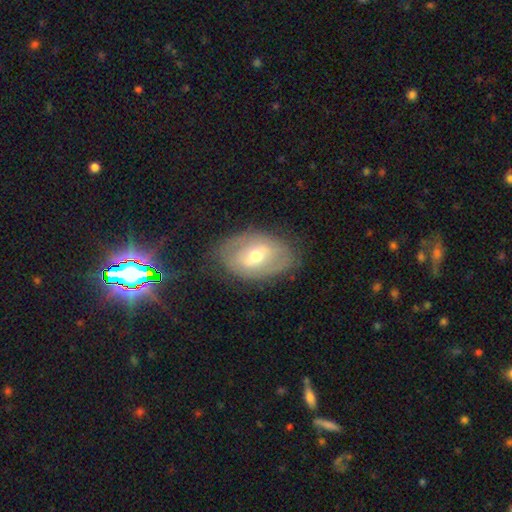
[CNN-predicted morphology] smooth_or_featured: featured or disk (p=0.61) [alt: smooth p=0.31]
disk_edge_on: no (p=0.92) [alt: yes p=0.08]
bar: weak (p=0.46) [alt: strong p=0.28]
has_spiral_arms: yes (p=0.53) [alt: no p=0.47]
bulge_size: moderate (p=0.67) [alt: small p=0.26]
merging: none (p=0.76) [alt: minor disturbance p=0.17]